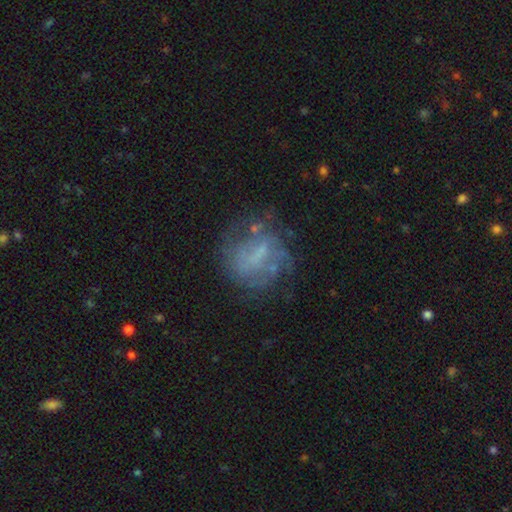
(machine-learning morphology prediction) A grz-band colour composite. It shows a featured or disk galaxy (59%) with no bar (42%), spiral arms (51%) and no central bulge (51%). Merging: none (58%).